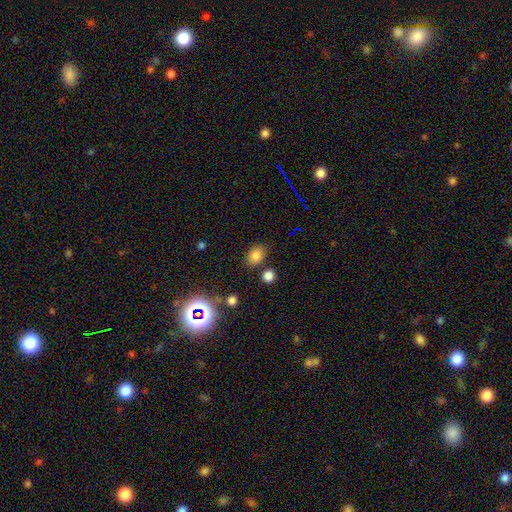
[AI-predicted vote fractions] smooth-or-featured: smooth: 79% | star or artifact: 14% | featured or disk: 7%
  how-rounded: in between: 70% | round: 28% | cigar-shaped: 1%
  merging: none: 78% | minor disturbance: 13% | merger: 6% | major disturbance: 4%